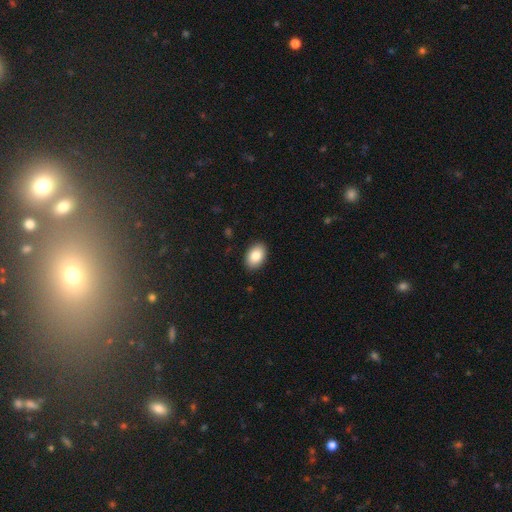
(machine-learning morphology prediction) A smooth galaxy with no disk features (85%) that is in between round and cigar-shaped (89%). Merging: none (89%).